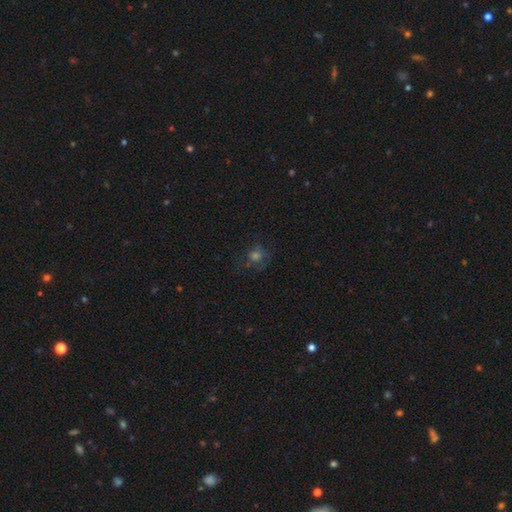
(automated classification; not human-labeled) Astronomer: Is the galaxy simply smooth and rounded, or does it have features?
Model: smooth — 53% (runner-up: star or artifact, 29%).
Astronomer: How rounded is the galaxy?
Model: round — 80%.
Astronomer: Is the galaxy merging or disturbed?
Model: none — 68%.